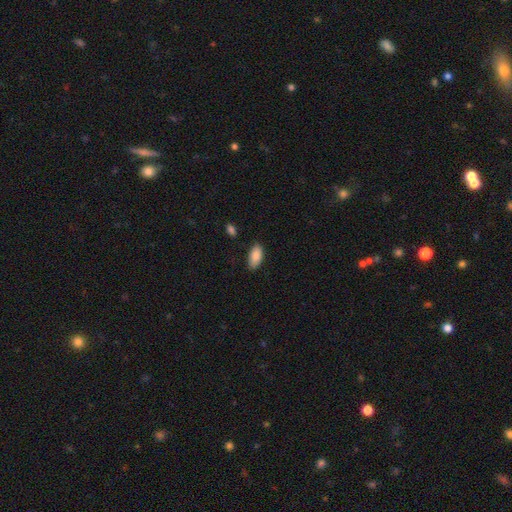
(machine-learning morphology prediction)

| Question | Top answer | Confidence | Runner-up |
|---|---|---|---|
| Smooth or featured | smooth | 88% | star or artifact (6%) |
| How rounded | in between | 93% | cigar-shaped (5%) |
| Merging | none | 81% | minor disturbance (14%) |